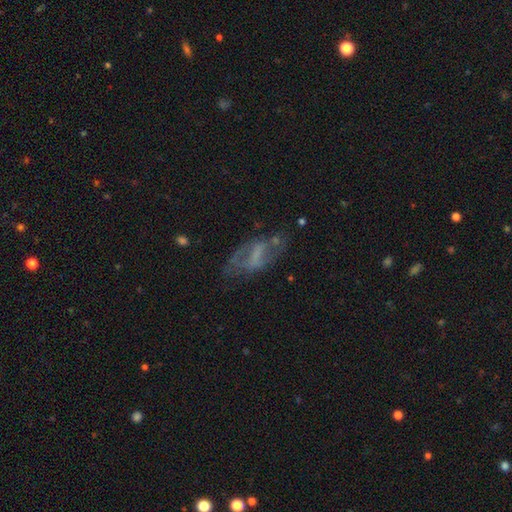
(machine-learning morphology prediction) Smooth or featured? featured or disk (59%)
Edge-on disk? no (89%)
Bar? weak (35%)
Spiral arms? no (55%)
Bulge size? none (56%)
Merging? none (49%)